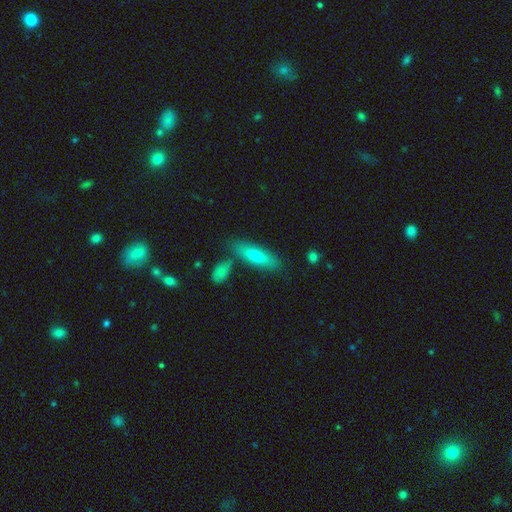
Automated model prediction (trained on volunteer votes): This appears to be a smooth galaxy with no disk features (64%) that is cigar-shaped (52%). Merging: none (73%).